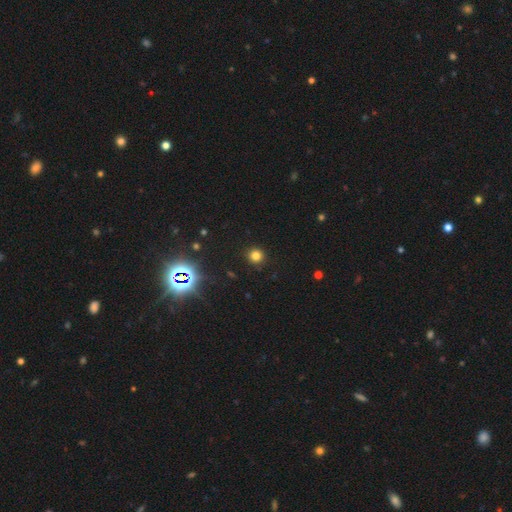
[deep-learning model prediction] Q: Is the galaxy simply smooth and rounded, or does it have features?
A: smooth — 77%.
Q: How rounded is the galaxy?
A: round — 94%.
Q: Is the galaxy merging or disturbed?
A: none — 91%.